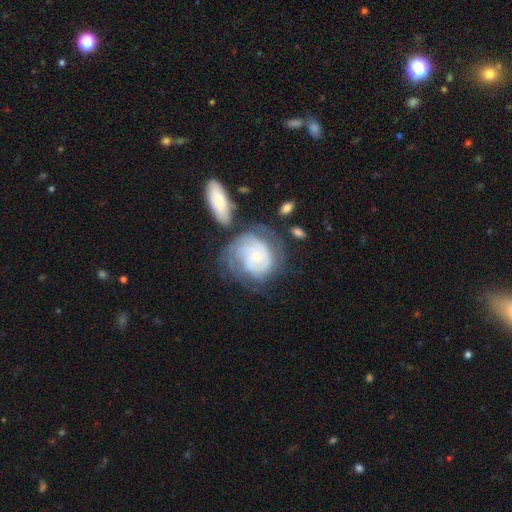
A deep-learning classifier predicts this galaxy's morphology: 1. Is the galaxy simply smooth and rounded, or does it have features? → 72% featured or disk, 22% smooth, 6% star or artifact.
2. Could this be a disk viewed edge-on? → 97% no, 3% yes.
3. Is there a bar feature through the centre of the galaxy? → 76% no, 20% weak, 4% strong.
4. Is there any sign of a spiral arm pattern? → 87% yes, 13% no.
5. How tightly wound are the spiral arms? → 67% tight, 24% medium, 9% loose.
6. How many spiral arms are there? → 48% can't tell, 22% 2, 14% 3, 6% 1, 6% 4, 4% more than 4.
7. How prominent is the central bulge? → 68% small, 24% moderate, 4% none, 3% large, 1% dominant.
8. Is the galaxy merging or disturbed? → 47% none, 22% minor disturbance, 20% major disturbance, 11% merger.